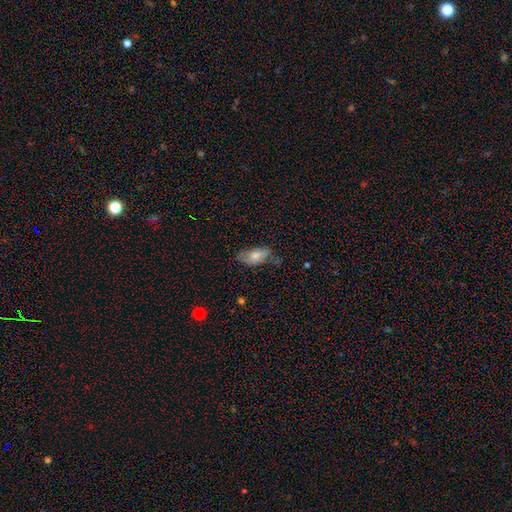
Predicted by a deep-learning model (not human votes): smooth-or-featured: smooth: 62% | featured or disk: 29% | star or artifact: 9%
  how-rounded: in between: 87% | cigar-shaped: 8% | round: 5%
  merging: none: 56% | minor disturbance: 31% | major disturbance: 10% | merger: 2%